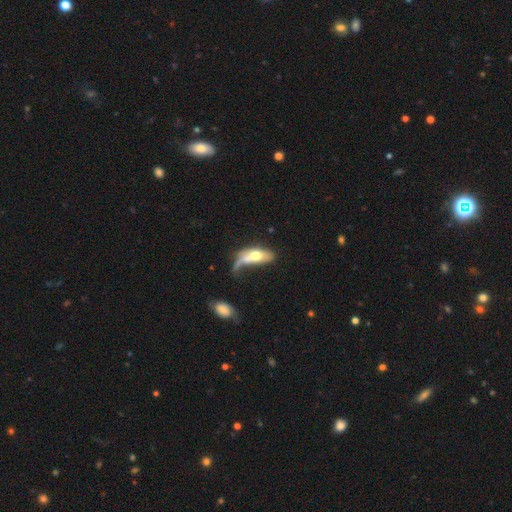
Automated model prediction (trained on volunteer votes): Smooth or featured: smooth — 55% (featured or disk — 38%)
How rounded: in between — 73% (cigar-shaped — 22%)
Merging: major disturbance — 34% (merger — 27%)